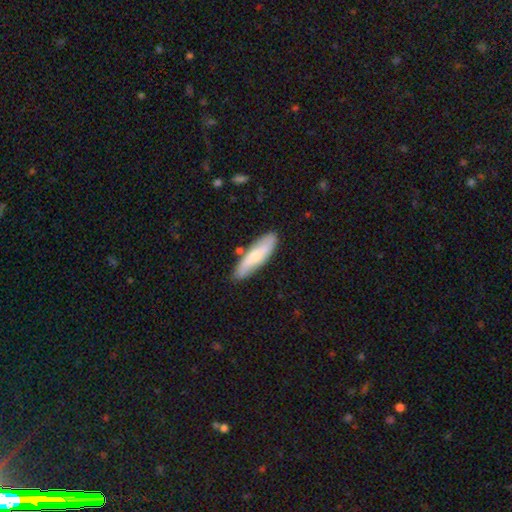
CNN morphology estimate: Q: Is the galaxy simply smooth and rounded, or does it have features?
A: smooth — 57%.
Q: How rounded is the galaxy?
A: cigar-shaped — 59%.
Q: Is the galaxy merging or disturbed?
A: none — 83%.